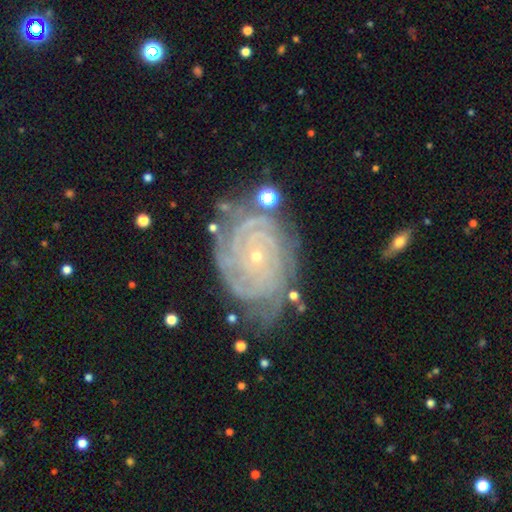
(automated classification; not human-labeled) Q: Smooth or featured?
A: featured or disk (90%); runner-up: star or artifact (6%)
Q: Edge-on disk?
A: no (97%); runner-up: yes (3%)
Q: Bar?
A: no (79%); runner-up: weak (14%)
Q: Spiral arms?
A: yes (98%); runner-up: no (2%)
Q: Spiral winding?
A: tight (85%); runner-up: medium (13%)
Q: Spiral arm count?
A: 4 (25%); runner-up: 3 (18%)
Q: Bulge size?
A: small (86%); runner-up: moderate (11%)
Q: Merging?
A: none (72%); runner-up: minor disturbance (19%)